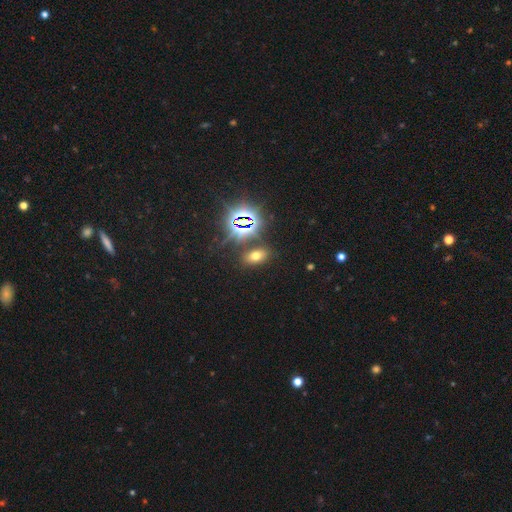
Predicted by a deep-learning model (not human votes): smooth 51%, star or artifact 39%, featured or disk 11%. Down the decision tree: how rounded — in between (84%); merging — none (83%).